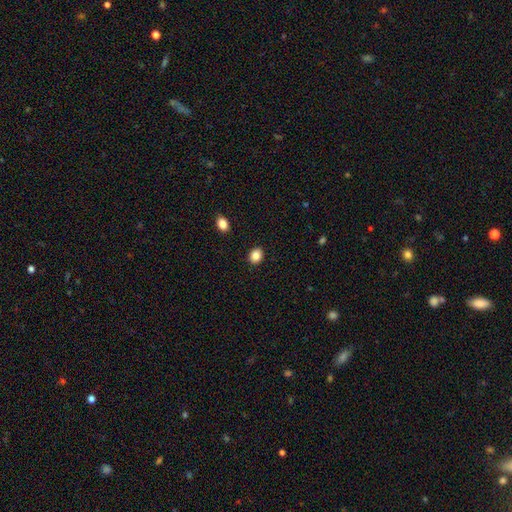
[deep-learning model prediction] Morphology: type=smooth (86%); roundness=round (61%); merging=none (91%).